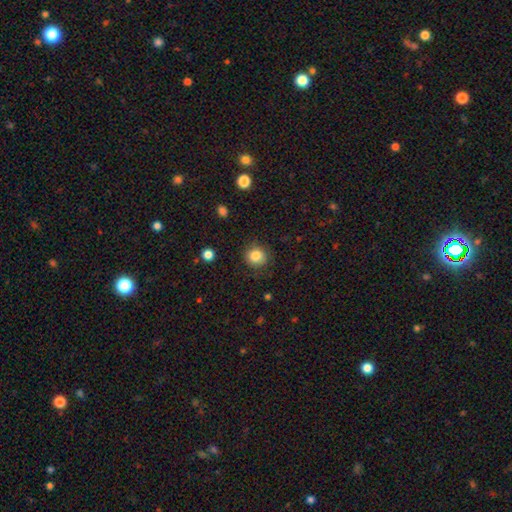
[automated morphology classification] A smooth galaxy with no disk features (83%) that is round (87%).

Vote fractions:
- Smooth or featured? smooth: 83% / star or artifact: 10% / featured or disk: 7%
- How rounded? round: 87% / in between: 12% / cigar-shaped: 1%
- Merging? none: 83% / minor disturbance: 11% / major disturbance: 4% / merger: 1%